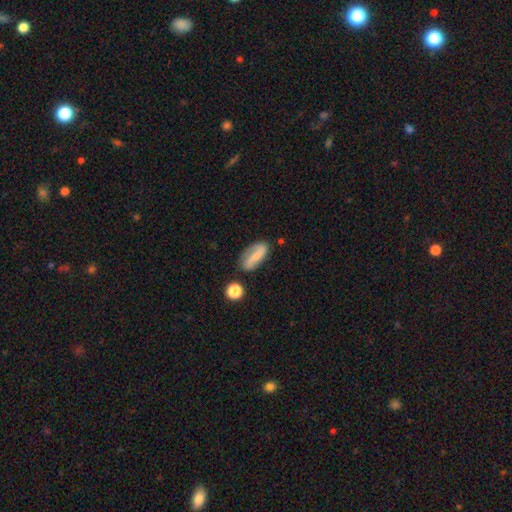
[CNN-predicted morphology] This appears to be a smooth galaxy with no disk features (49%). Merging: none (69%).